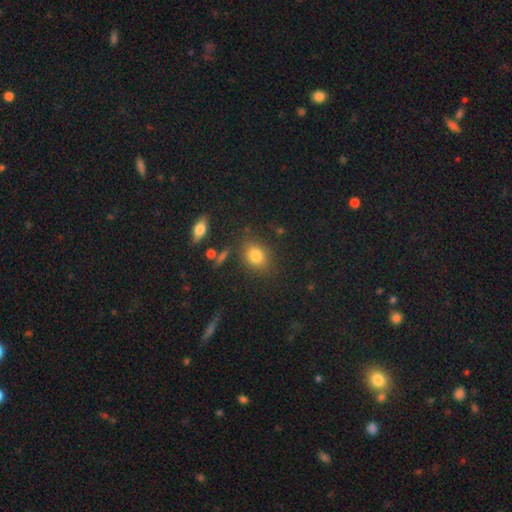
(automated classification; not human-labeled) This appears to be a smooth galaxy with no disk features (80%) that is round (55%). Merging: none (80%).